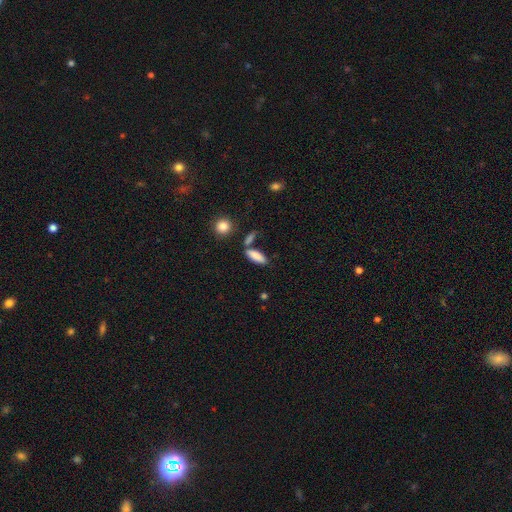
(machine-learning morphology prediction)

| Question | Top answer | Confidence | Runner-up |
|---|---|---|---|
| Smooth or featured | smooth | 86% | star or artifact (7%) |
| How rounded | in between | 66% | cigar-shaped (31%) |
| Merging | none | 67% | minor disturbance (15%) |